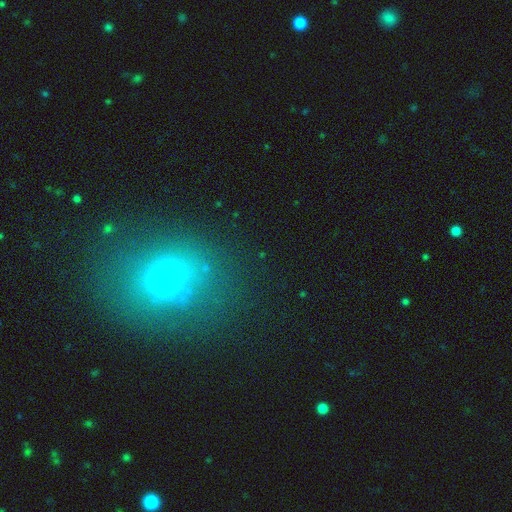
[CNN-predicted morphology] smooth-or-featured: smooth: 54% | star or artifact: 27% | featured or disk: 19%
  how-rounded: in between: 51% | round: 47% | cigar-shaped: 2%
  merging: none: 66% | minor disturbance: 19% | major disturbance: 10% | merger: 5%